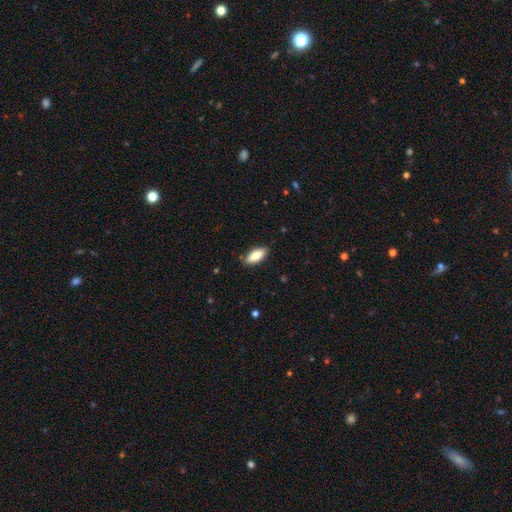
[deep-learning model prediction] smooth-or-featured: smooth: 80% | featured or disk: 14% | star or artifact: 6%
  how-rounded: in between: 81% | cigar-shaped: 17% | round: 2%
  merging: none: 86% | minor disturbance: 10% | major disturbance: 2% | merger: 1%